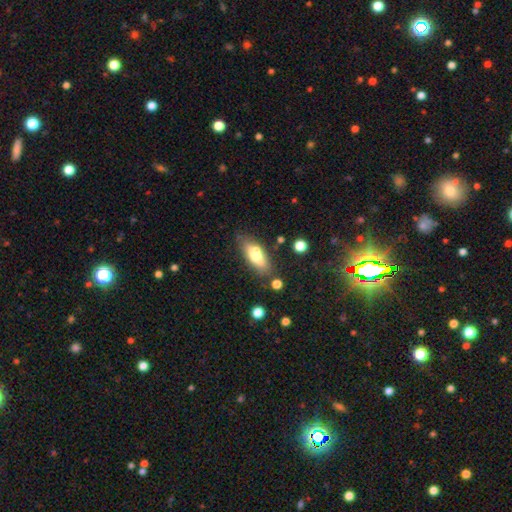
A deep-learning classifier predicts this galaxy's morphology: smooth 65%, featured or disk 27%, star or artifact 8%. Down the decision tree: how rounded — in between (75%); merging — none (67%).